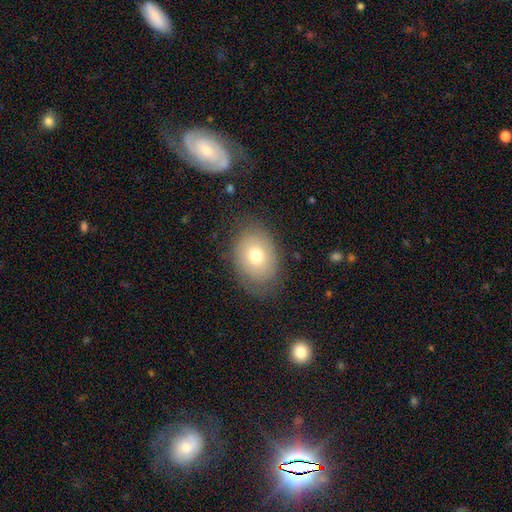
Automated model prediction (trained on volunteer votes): smooth 68%, featured or disk 22%, star or artifact 10%. Down the decision tree: how rounded — in between (70%); merging — none (74%).